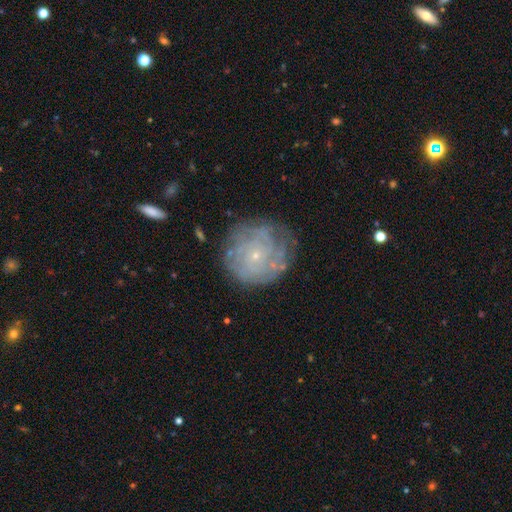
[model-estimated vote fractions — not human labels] Smooth or featured?
  - featured or disk: 69% *
  - smooth: 22%
  - star or artifact: 9%
Edge-on disk?
  - no: 97% *
  - yes: 3%
Bar?
  - no: 85% *
  - weak: 12%
  - strong: 2%
Spiral arms?
  - yes: 79% *
  - no: 21%
Spiral winding?
  - tight: 75% *
  - medium: 18%
  - loose: 7%
Spiral arm count?
  - can't tell: 54% *
  - 4: 13%
  - 3: 9%
  - more than 4: 9%
  - 2: 9%
  - 1: 6%
Bulge size?
  - small: 87% *
  - moderate: 8%
  - none: 2%
  - large: 1%
  - dominant: 1%
Merging?
  - none: 74% *
  - minor disturbance: 17%
  - major disturbance: 8%
  - merger: 2%